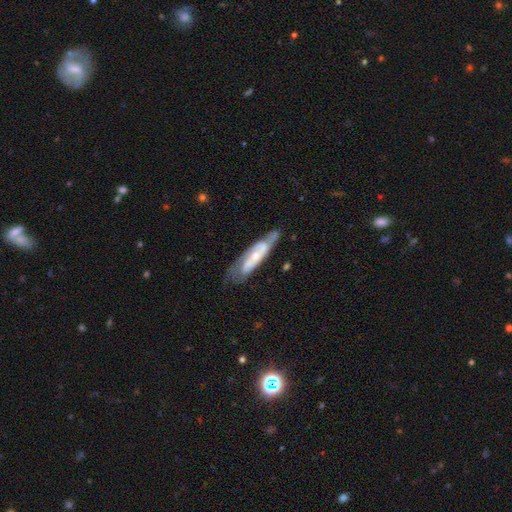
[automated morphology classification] smooth_or_featured: featured or disk (p=0.69) [alt: smooth p=0.25]
disk_edge_on: no (p=0.72) [alt: yes p=0.28]
merging: none (p=0.59) [alt: minor disturbance p=0.25]